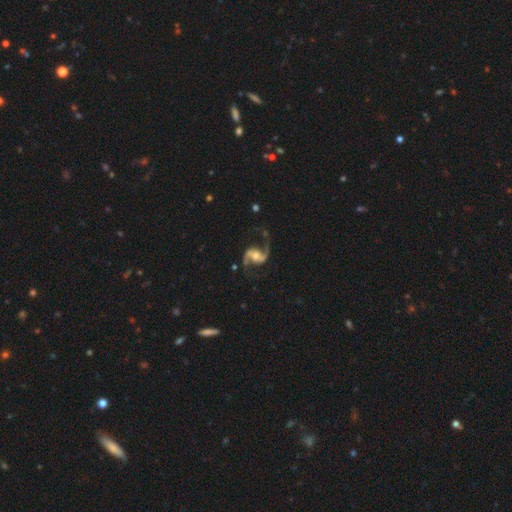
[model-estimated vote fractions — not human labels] Smooth or featured? Predicted: featured or disk (p=0.91). Edge-on disk? Predicted: no (p=0.98). Bar? Predicted: weak (p=0.39). Spiral arms? Predicted: yes (p=0.98). Spiral winding? Predicted: loose (p=0.62). Spiral arm count? Predicted: 2 (p=0.94). Bulge size? Predicted: moderate (p=0.56). Merging? Predicted: none (p=0.76).